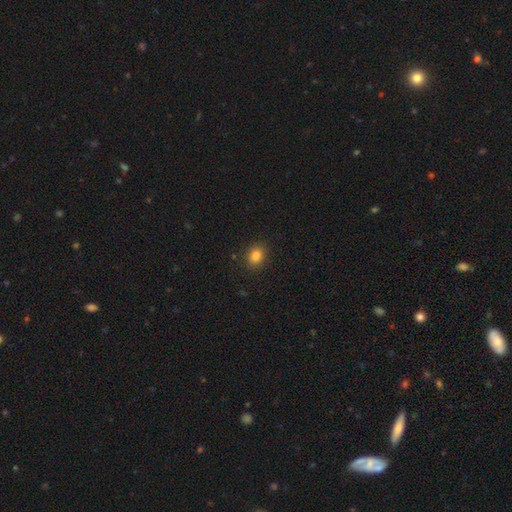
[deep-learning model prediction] This appears to be a smooth galaxy with no disk features (84%) that is in between round and cigar-shaped (56%). Merging: none (87%).